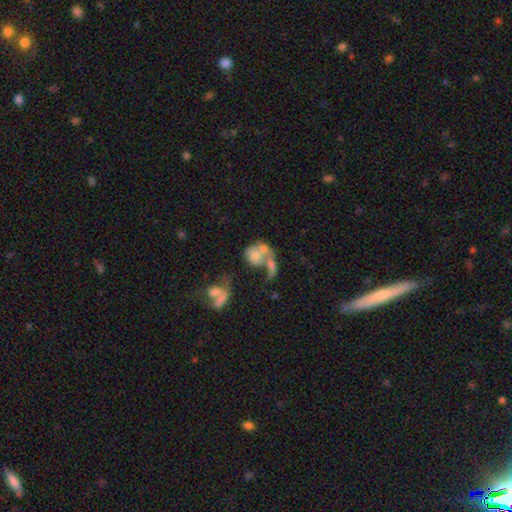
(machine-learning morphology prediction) smooth-or-featured: smooth: 48% | featured or disk: 41% | star or artifact: 11%
  merging: merger: 57% | major disturbance: 21% | none: 14% | minor disturbance: 8%